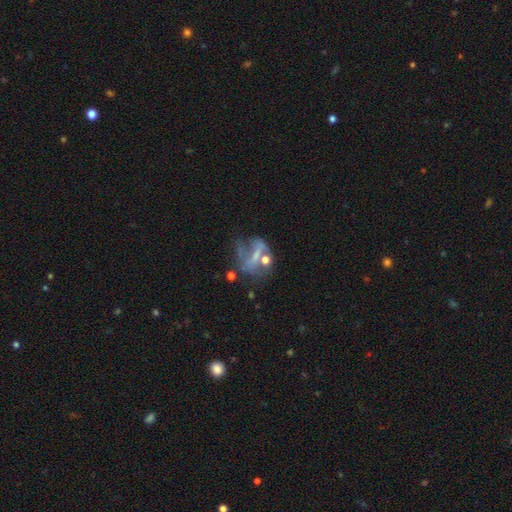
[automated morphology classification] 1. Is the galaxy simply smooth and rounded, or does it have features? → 53% featured or disk, 30% smooth, 17% star or artifact.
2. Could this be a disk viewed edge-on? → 94% no, 6% yes.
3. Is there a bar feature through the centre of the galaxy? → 55% no, 27% weak, 18% strong.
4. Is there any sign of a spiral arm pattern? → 70% no, 30% yes.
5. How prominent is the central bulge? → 44% none, 30% small, 21% moderate, 3% large, 2% dominant.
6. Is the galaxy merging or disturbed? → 38% major disturbance, 27% none, 18% merger, 17% minor disturbance.